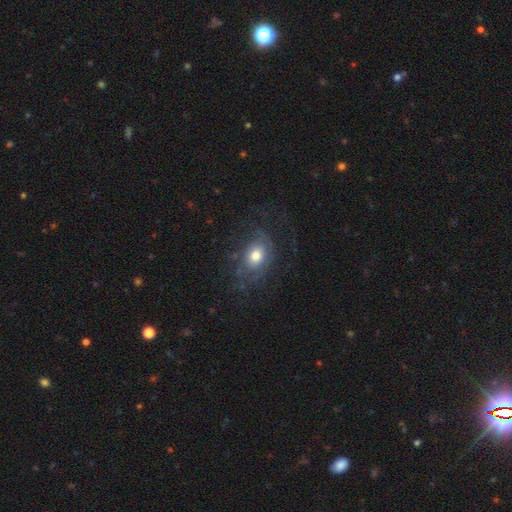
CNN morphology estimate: Smooth or featured? Predicted: smooth (p=0.54). How rounded? Predicted: in between (p=0.67). Merging? Predicted: none (p=0.59).